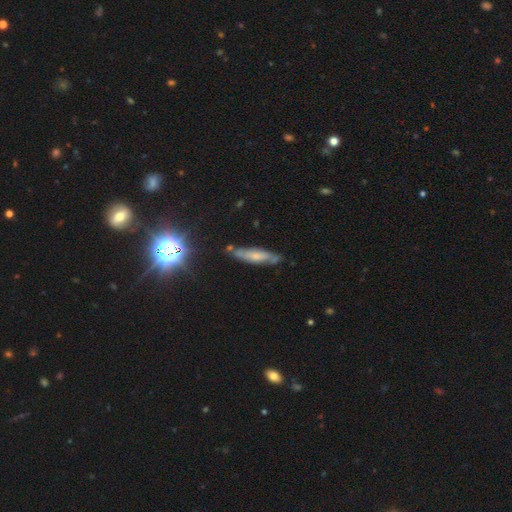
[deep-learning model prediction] Morphology: type=featured or disk (43%); merging=none (71%).